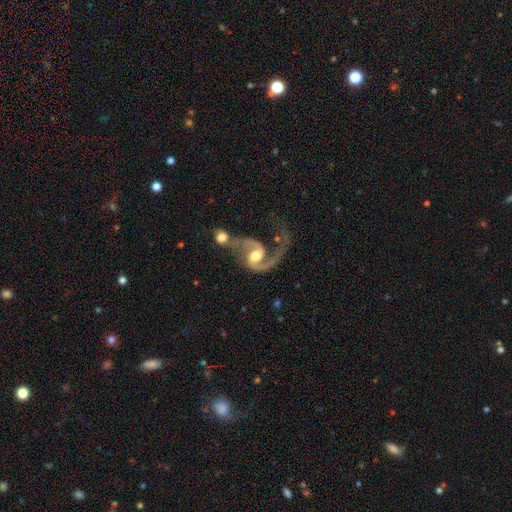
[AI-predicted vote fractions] featured or disk 91%, smooth 5%, star or artifact 4%. Down the decision tree: edge-on disk — no (98%); bar — weak (44%); spiral arms — yes (97%); spiral arm count — 2 (84%); spiral winding — loose (47%); bulge size — moderate (66%); merging — merger (40%).